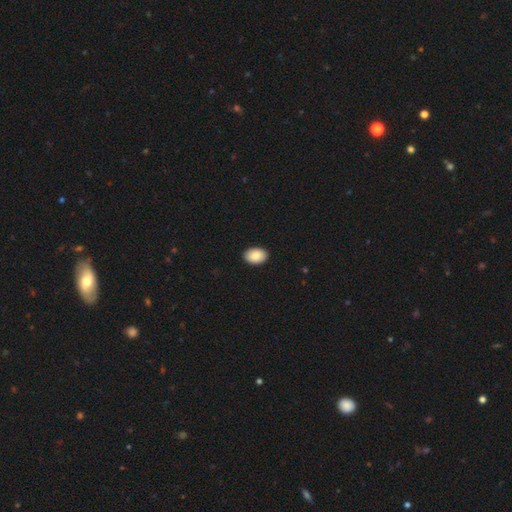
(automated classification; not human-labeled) This is clearly a smooth galaxy (88%). How rounded: clearly in between (88%). Merging: clearly none (91%).